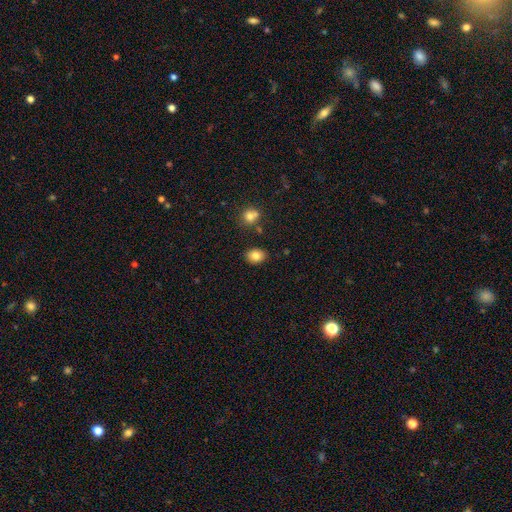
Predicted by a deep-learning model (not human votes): A smooth galaxy with no disk features (83%) that is in between round and cigar-shaped (60%).

Vote fractions:
- Smooth or featured? smooth: 83% / star or artifact: 10% / featured or disk: 8%
- How rounded? in between: 60% / round: 39% / cigar-shaped: 1%
- Merging? none: 85% / minor disturbance: 9% / merger: 3% / major disturbance: 2%